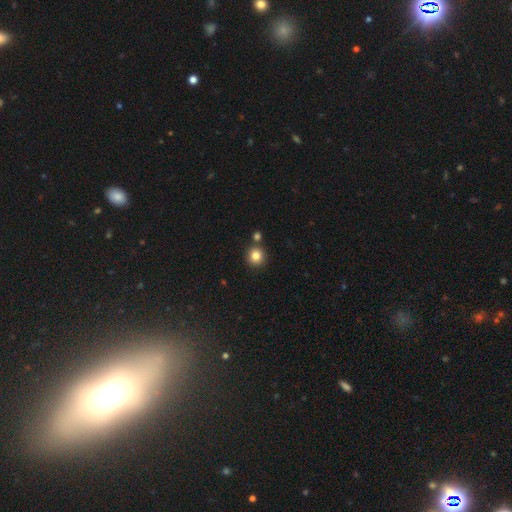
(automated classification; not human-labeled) A smooth galaxy with no disk features (84%) that is round (93%). Merging: none (81%).